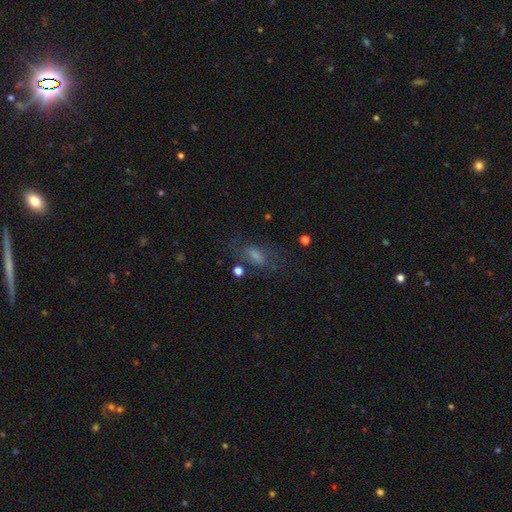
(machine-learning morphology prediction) type=smooth (51%); roundness=in between (72%); merging=none (57%).